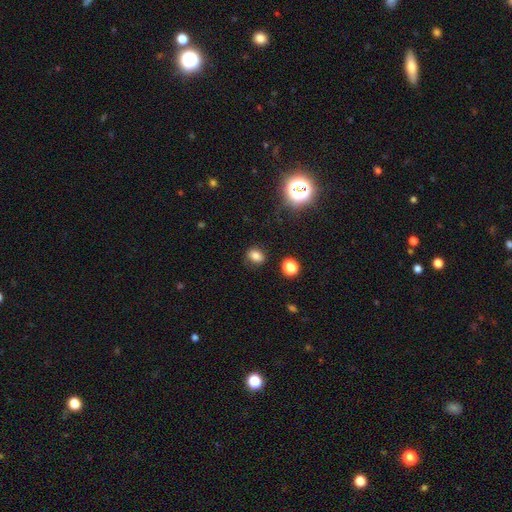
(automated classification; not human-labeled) smooth 77%, star or artifact 16%, featured or disk 7%. Down the decision tree: how rounded — in between (56%); merging — none (85%).